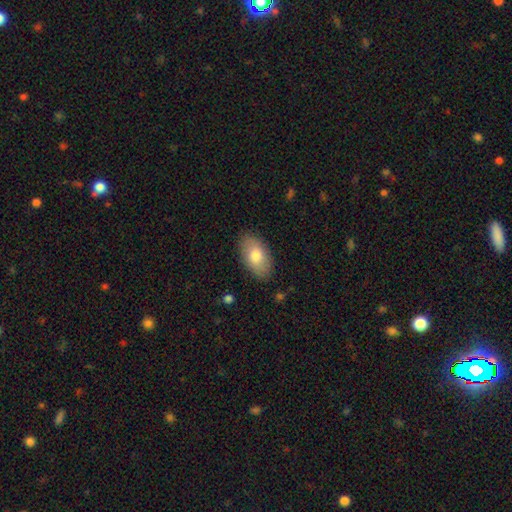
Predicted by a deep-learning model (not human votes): smooth_or_featured: smooth (p=0.78) [alt: featured or disk p=0.16]
how_rounded: in between (p=0.94) [alt: round p=0.04]
merging: none (p=0.85) [alt: minor disturbance p=0.11]